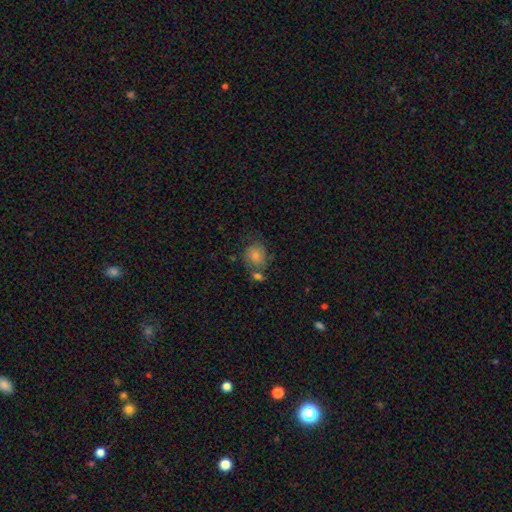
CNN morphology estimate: smooth 74%, featured or disk 18%, star or artifact 8%. Down the decision tree: how rounded — round (70%); merging — none (48%).